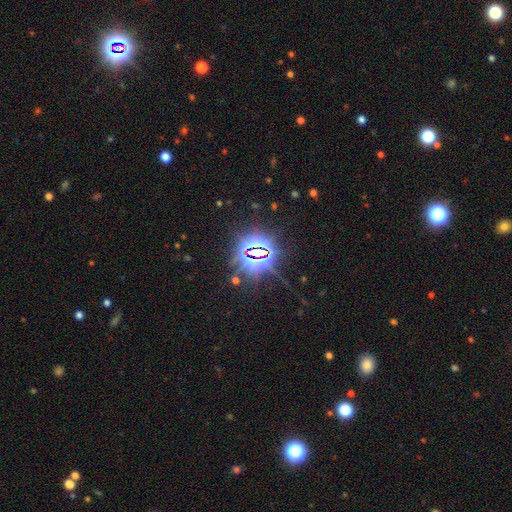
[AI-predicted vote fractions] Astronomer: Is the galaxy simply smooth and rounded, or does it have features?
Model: star or artifact — 83%.